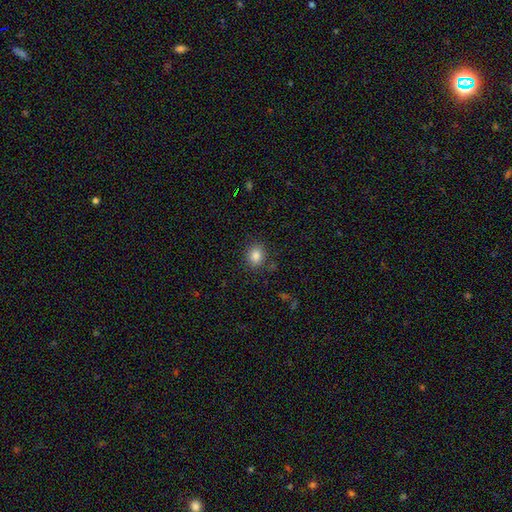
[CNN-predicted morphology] A smooth galaxy with no disk features (84%) that is round (66%). Merging: none (85%).